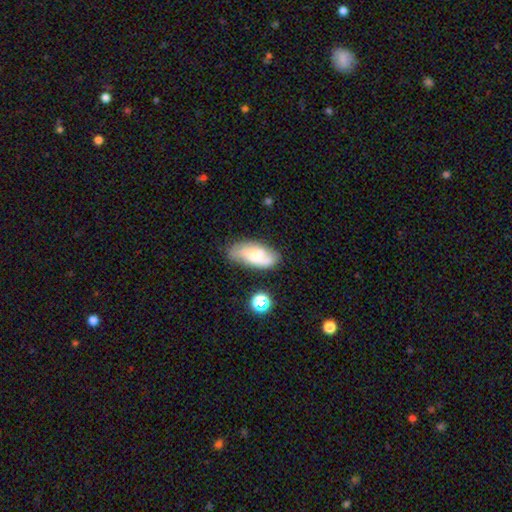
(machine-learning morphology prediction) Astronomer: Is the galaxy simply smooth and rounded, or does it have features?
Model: smooth — 48% (runner-up: featured or disk, 44%).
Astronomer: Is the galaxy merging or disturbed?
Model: none — 61%.